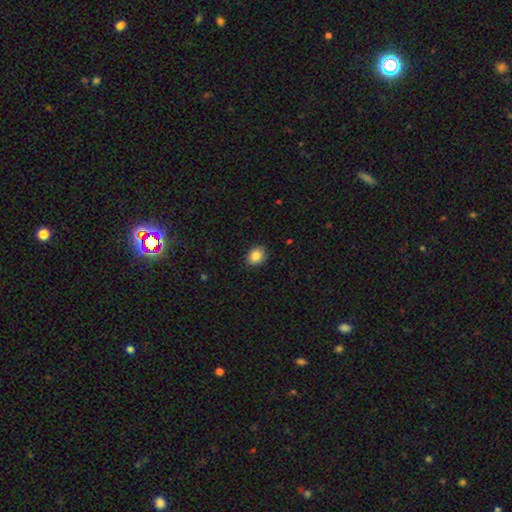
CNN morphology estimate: Smooth or featured?
  - smooth: 87% *
  - star or artifact: 9%
  - featured or disk: 4%
How rounded?
  - round: 52% *
  - in between: 47%
  - cigar-shaped: 1%
Merging?
  - none: 89% *
  - minor disturbance: 8%
  - major disturbance: 2%
  - merger: 1%